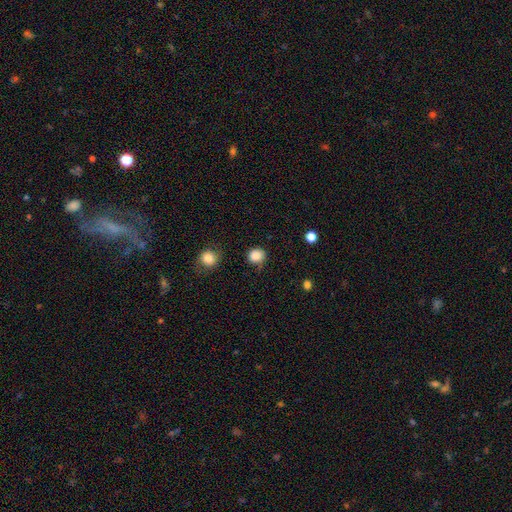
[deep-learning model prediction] Smooth or featured? smooth (86%)
How rounded? round (80%)
Merging? none (69%)